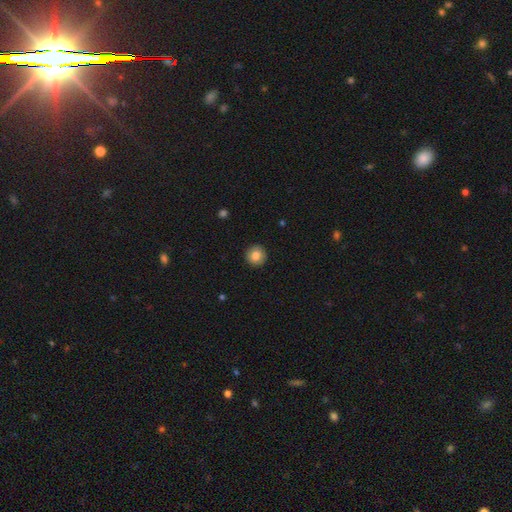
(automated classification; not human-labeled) Morphology: type=smooth (83%); roundness=round (95%); merging=none (92%).